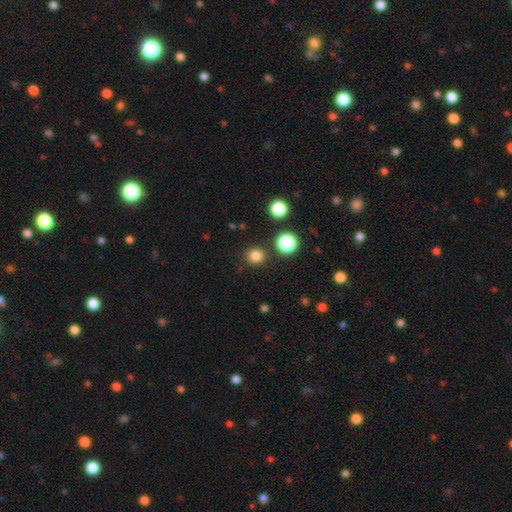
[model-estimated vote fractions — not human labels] Smooth or featured: smooth — 81% (star or artifact — 15%)
How rounded: round — 91% (in between — 8%)
Merging: none — 89% (minor disturbance — 6%)